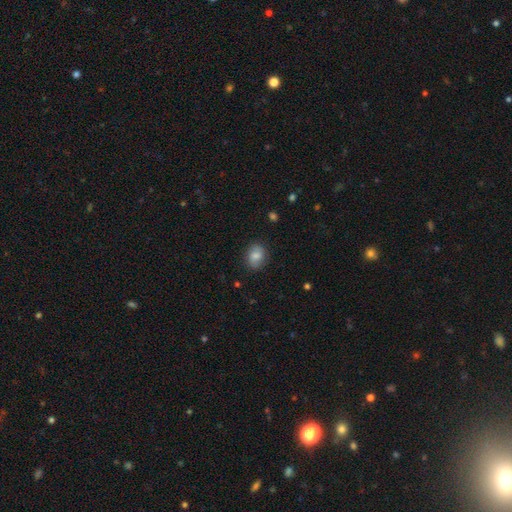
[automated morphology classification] Smooth or featured?
  - smooth: 71% *
  - featured or disk: 20%
  - star or artifact: 9%
How rounded?
  - in between: 53% *
  - round: 46%
  - cigar-shaped: 1%
Merging?
  - none: 80% *
  - minor disturbance: 15%
  - major disturbance: 4%
  - merger: 1%